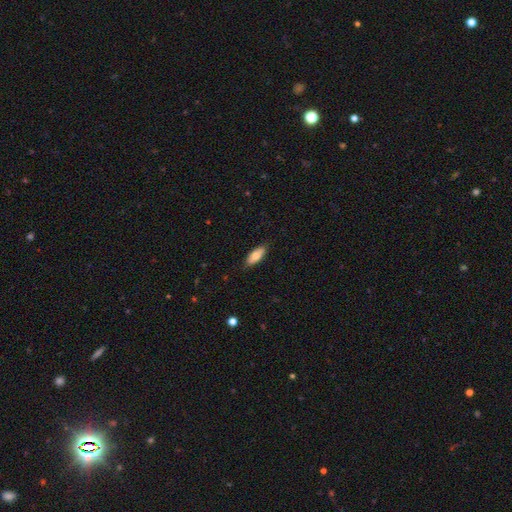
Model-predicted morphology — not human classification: Smooth or featured?
  - smooth: 79% *
  - featured or disk: 15%
  - star or artifact: 6%
How rounded?
  - in between: 74% *
  - cigar-shaped: 24%
  - round: 2%
Merging?
  - none: 85% *
  - minor disturbance: 12%
  - major disturbance: 2%
  - merger: 1%